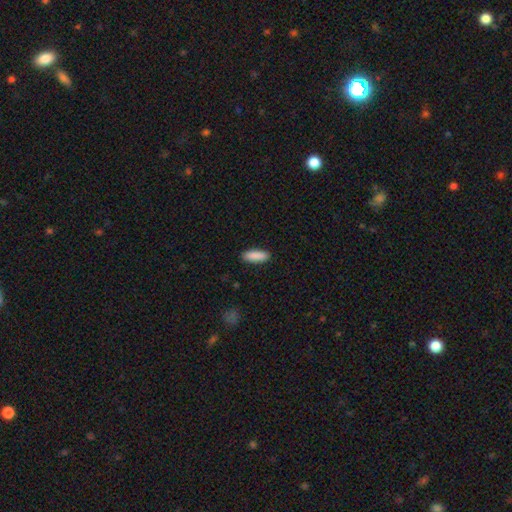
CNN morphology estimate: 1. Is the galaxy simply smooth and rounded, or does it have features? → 90% smooth, 6% star or artifact, 4% featured or disk.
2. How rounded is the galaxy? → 55% in between, 43% cigar-shaped, 2% round.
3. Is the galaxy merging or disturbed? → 90% none, 7% minor disturbance, 2% major disturbance, 1% merger.